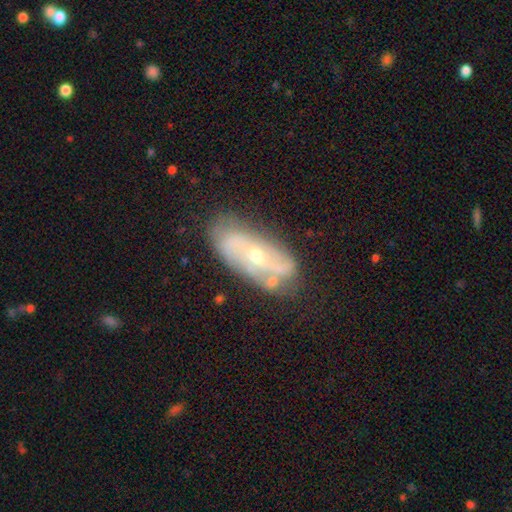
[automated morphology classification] featured or disk 72%, smooth 20%, star or artifact 7%. Down the decision tree: edge-on disk — no (90%); bar — no (61%); spiral arms — yes (75%); bulge size — small (52%); merging — none (61%).